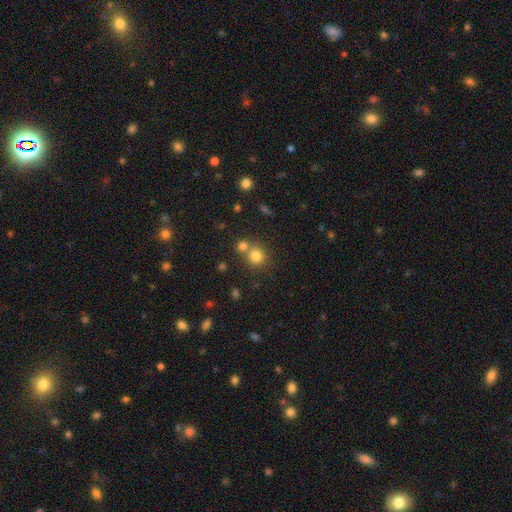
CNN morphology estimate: Smooth or featured: smooth — 79% (star or artifact — 13%)
How rounded: round — 89% (in between — 10%)
Merging: none — 56% (merger — 34%)